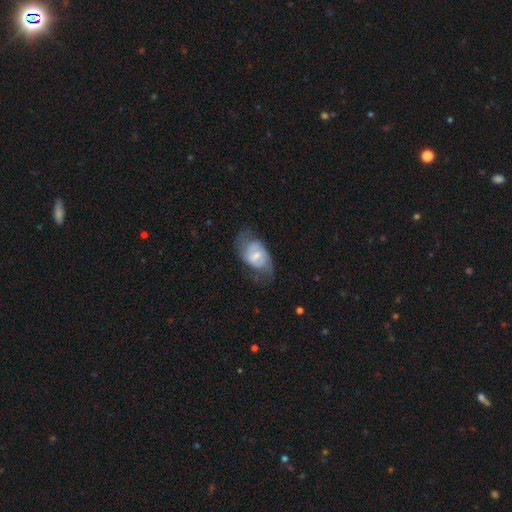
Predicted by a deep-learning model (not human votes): Smooth or featured? featured or disk (62%)
Edge-on disk? no (96%)
Bar? weak (56%)
Spiral arms? yes (81%)
Bulge size? moderate (49%)
Merging? none (53%)